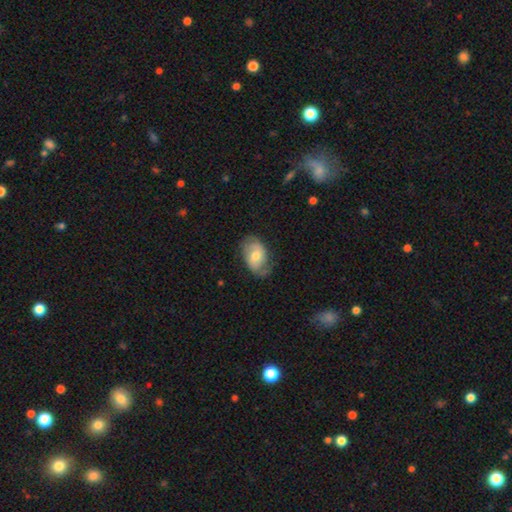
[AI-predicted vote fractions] Smooth or featured? featured or disk (47%)
Merging? none (60%)